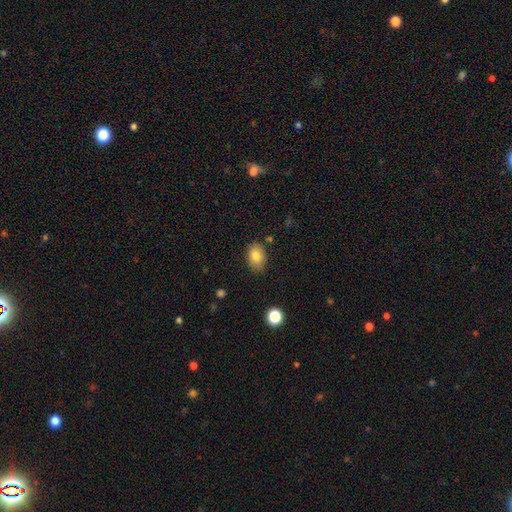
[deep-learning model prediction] Morphology: type=smooth (81%); roundness=in between (78%); merging=none (80%).